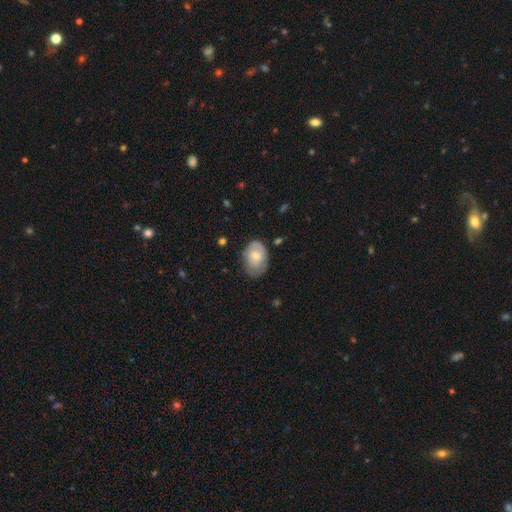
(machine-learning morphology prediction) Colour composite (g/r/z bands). It shows a smooth galaxy with no disk features (66%) that is in between round and cigar-shaped (82%). Merging: none (62%).